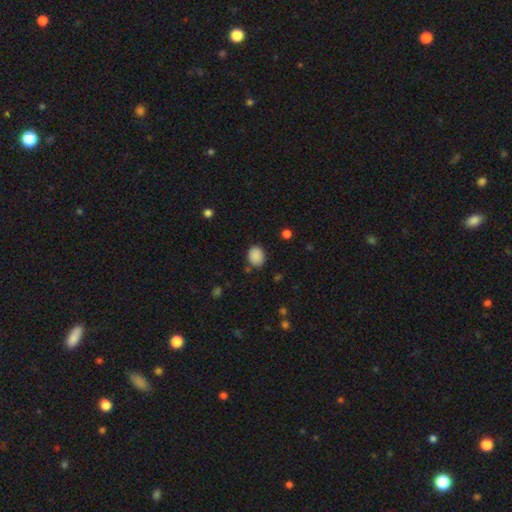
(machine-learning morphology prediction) Smooth or featured? smooth (88%)
How rounded? in between (51%)
Merging? none (79%)